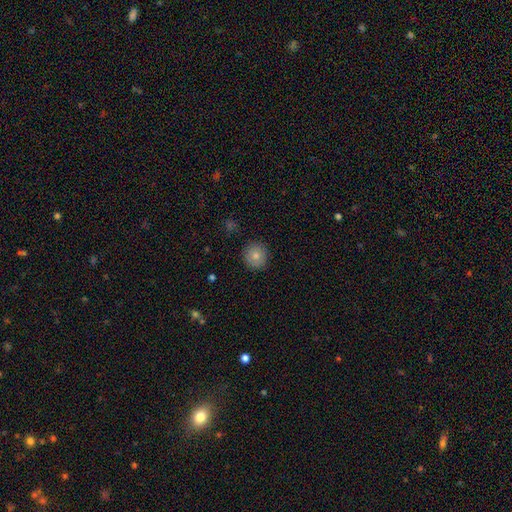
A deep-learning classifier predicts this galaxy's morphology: Overall: smooth (81%). How rounded: round (93%). Merging: none (90%).